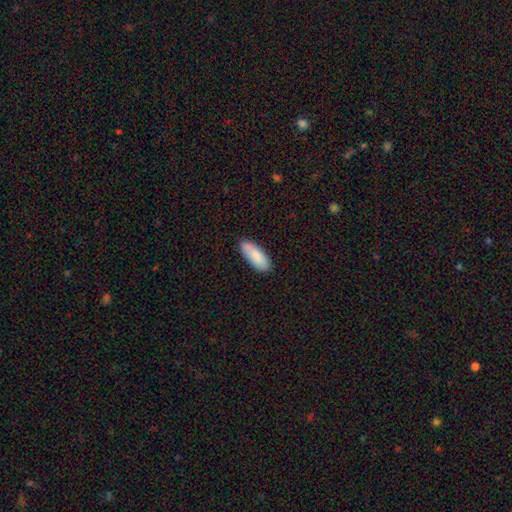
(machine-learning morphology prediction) This is clearly a smooth galaxy (85%). How rounded: likely in between (75%). Merging: clearly none (82%).